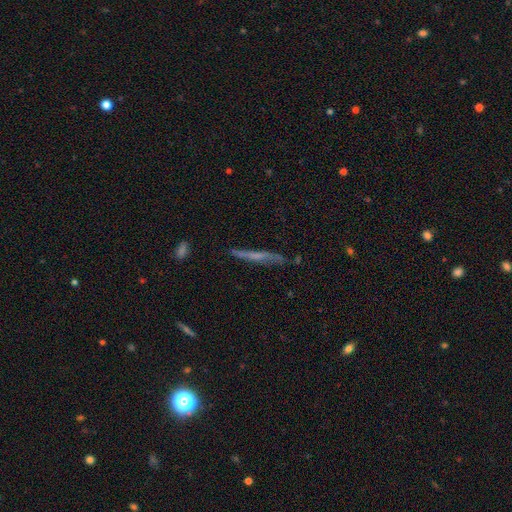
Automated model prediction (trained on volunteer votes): A featured or disk galaxy (57%) viewed edge-on (90%) with no central bulge (60%). Merging: none (78%).